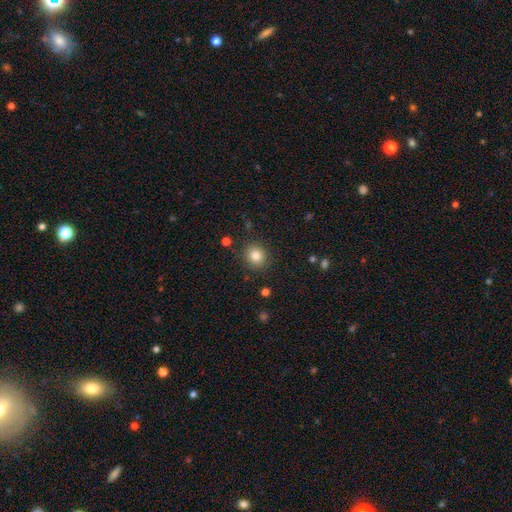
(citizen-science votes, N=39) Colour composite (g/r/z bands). It shows a smooth galaxy with no disk features (87%) that is round (85%). Merging: none (86%).